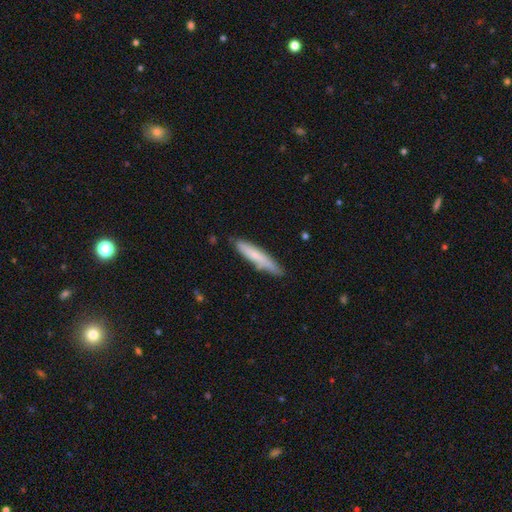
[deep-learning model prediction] Q: Smooth or featured?
A: smooth (69%); runner-up: featured or disk (25%)
Q: How rounded?
A: cigar-shaped (89%); runner-up: in between (9%)
Q: Merging?
A: none (78%); runner-up: minor disturbance (17%)